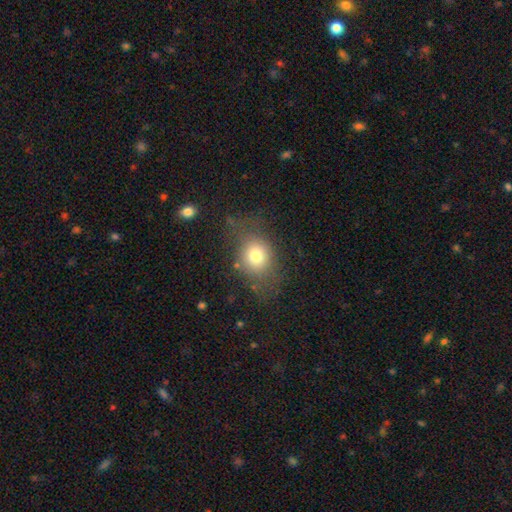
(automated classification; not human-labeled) Overall: smooth (74%). How rounded: round (62%; in between 36%). Merging: none (62%).